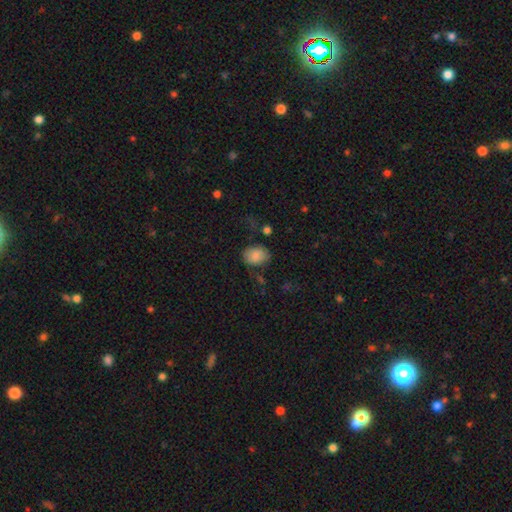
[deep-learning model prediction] The model was most divided on "how rounded": in between: 67%, round: 32%, cigar-shaped: 1%. More confident: smooth or featured — smooth (85%); merging — none (70%).